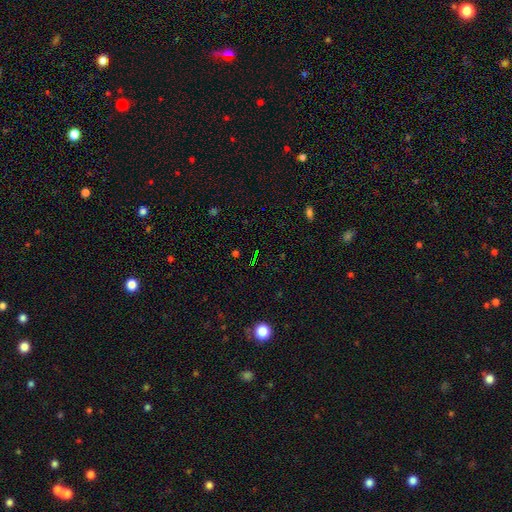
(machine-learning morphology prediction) Smooth or featured: star or artifact — 71% (smooth — 18%)